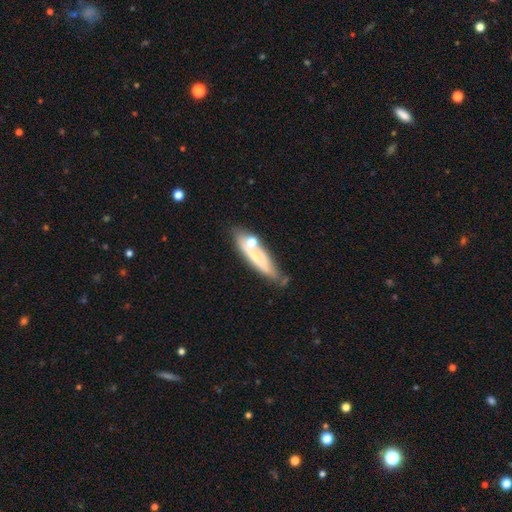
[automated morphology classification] Smooth or featured: smooth — 52% (featured or disk — 40%)
How rounded: cigar-shaped — 68% (in between — 29%)
Merging: none — 54% (minor disturbance — 24%)